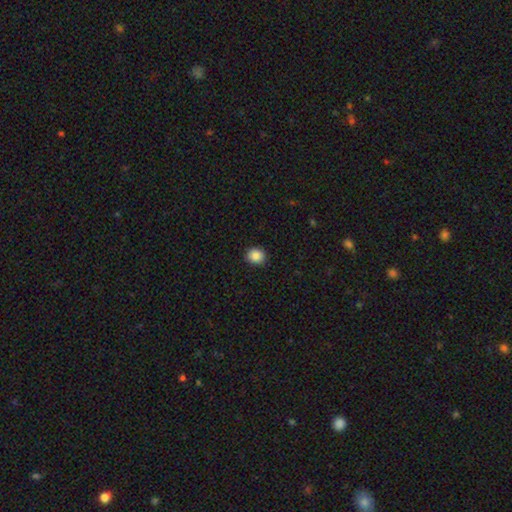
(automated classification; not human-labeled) Smooth or featured?
  - smooth: 86% *
  - star or artifact: 9%
  - featured or disk: 5%
How rounded?
  - round: 79% *
  - in between: 20%
  - cigar-shaped: 1%
Merging?
  - none: 92% *
  - minor disturbance: 6%
  - major disturbance: 2%
  - merger: 1%